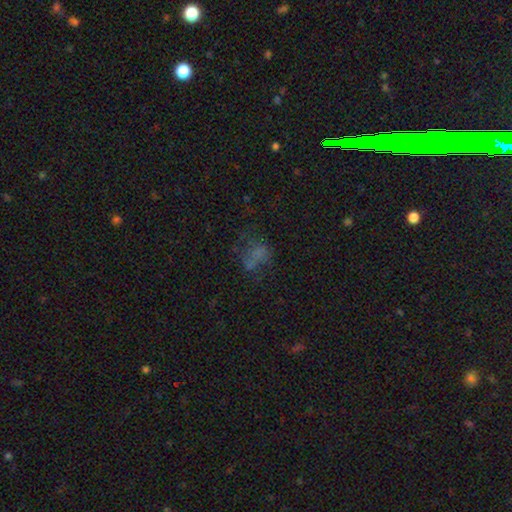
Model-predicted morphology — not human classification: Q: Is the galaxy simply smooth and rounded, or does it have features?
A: smooth — 47%.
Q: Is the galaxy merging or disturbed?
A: none — 41%.